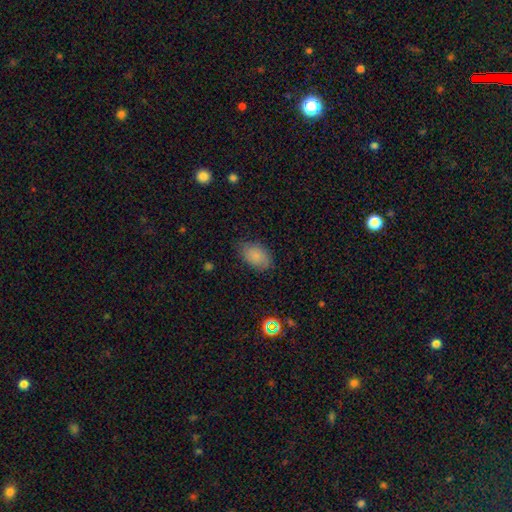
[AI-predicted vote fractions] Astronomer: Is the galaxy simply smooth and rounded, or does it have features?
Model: smooth — 83%.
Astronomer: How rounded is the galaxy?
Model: in between — 90%.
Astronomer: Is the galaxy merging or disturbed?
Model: none — 77%.